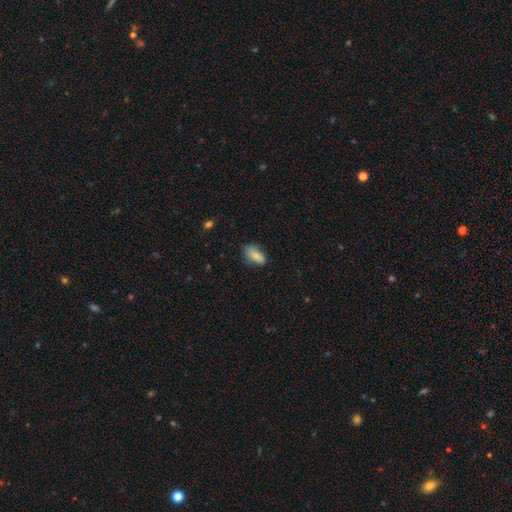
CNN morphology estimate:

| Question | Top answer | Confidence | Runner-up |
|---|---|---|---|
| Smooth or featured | smooth | 77% | featured or disk (15%) |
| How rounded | in between | 87% | round (7%) |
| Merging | none | 58% | minor disturbance (29%) |